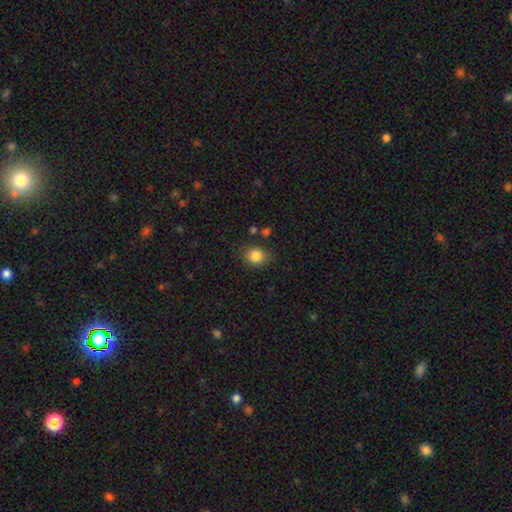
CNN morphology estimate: type=smooth (85%); roundness=round (62%); merging=none (79%).